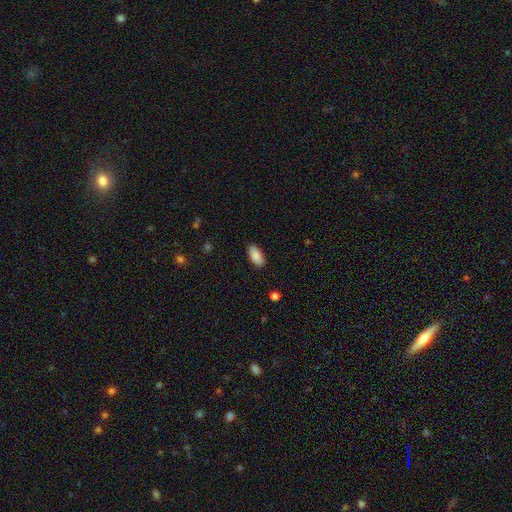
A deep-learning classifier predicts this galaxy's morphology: smooth_or_featured: smooth (p=0.86) [alt: featured or disk p=0.07]
how_rounded: in between (p=0.94) [alt: cigar-shaped p=0.04]
merging: none (p=0.86) [alt: minor disturbance p=0.10]